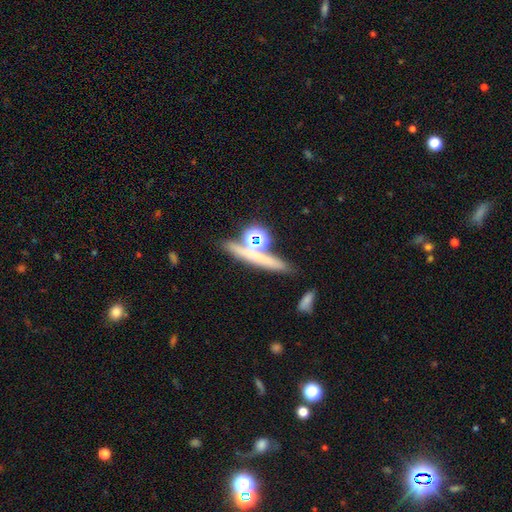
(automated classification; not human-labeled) smooth 42%, star or artifact 30%, featured or disk 28%. Down the decision tree: merging — none (71%).